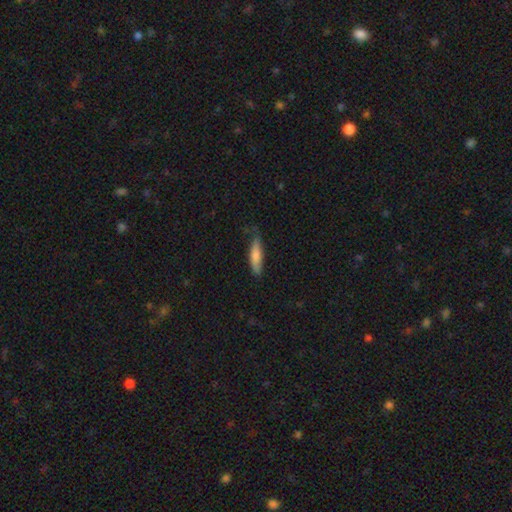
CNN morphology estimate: smooth_or_featured: smooth (p=0.79) [alt: featured or disk p=0.15]
how_rounded: cigar-shaped (p=0.70) [alt: in between p=0.28]
merging: none (p=0.74) [alt: minor disturbance p=0.22]